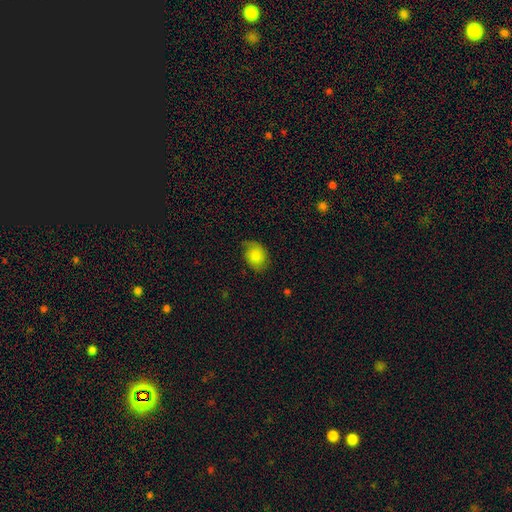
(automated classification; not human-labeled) Smooth or featured: smooth — 74% (featured or disk — 18%)
How rounded: in between — 58% (round — 41%)
Merging: none — 62% (minor disturbance — 28%)